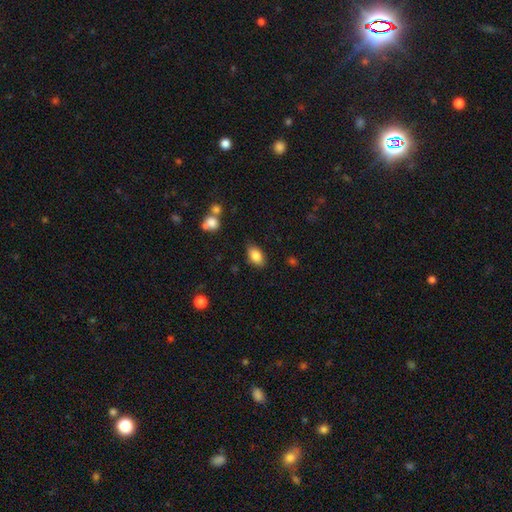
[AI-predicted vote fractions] The model was most divided on "merging": none: 81%, minor disturbance: 14%, major disturbance: 3%, merger: 2%. More confident: how rounded — in between (89%); smooth or featured — smooth (84%).